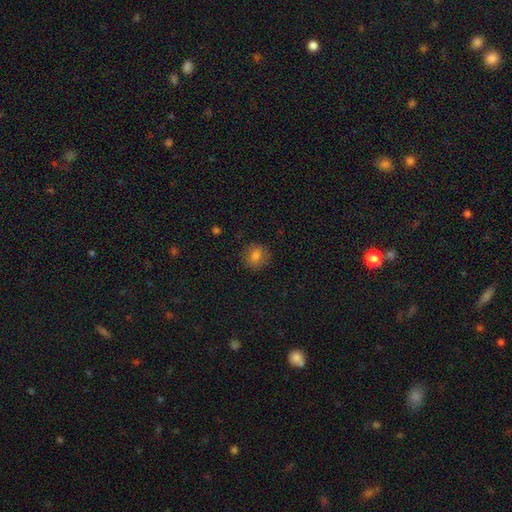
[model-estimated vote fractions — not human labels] A smooth galaxy with no disk features (78%) that is round (84%).

Vote fractions:
- Smooth or featured? smooth: 78% / star or artifact: 12% / featured or disk: 10%
- How rounded? round: 84% / in between: 15% / cigar-shaped: 1%
- Merging? none: 86% / minor disturbance: 10% / major disturbance: 3% / merger: 1%